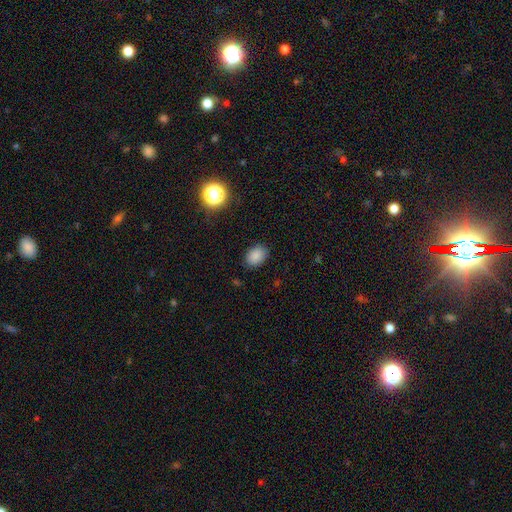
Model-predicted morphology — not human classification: The model was most divided on "how rounded": in between: 74%, round: 25%, cigar-shaped: 1%. More confident: smooth or featured — smooth (85%); merging — none (85%).